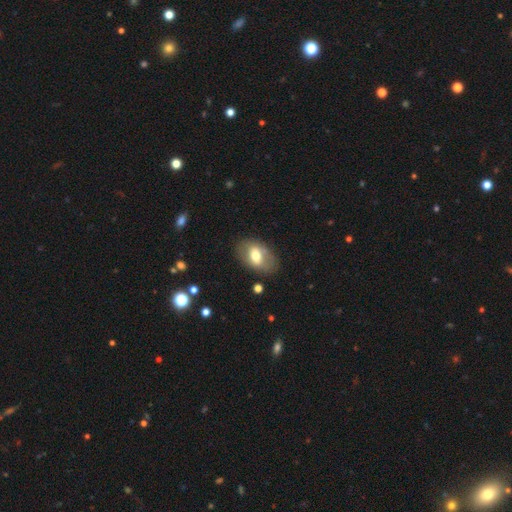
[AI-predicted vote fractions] smooth_or_featured: smooth (p=0.59) [alt: featured or disk p=0.33]
how_rounded: in between (p=0.87) [alt: round p=0.12]
merging: none (p=0.78) [alt: minor disturbance p=0.15]